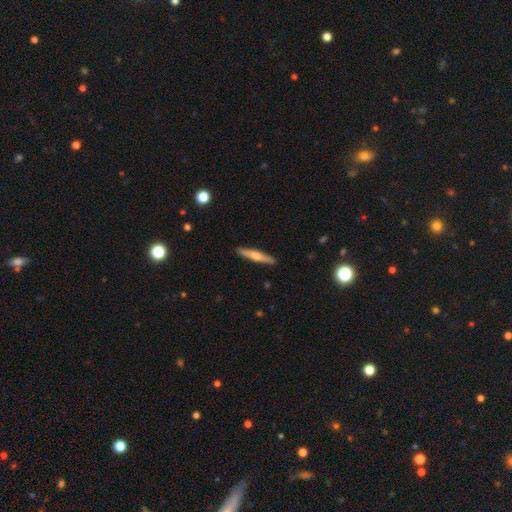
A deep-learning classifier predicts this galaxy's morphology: This is possibly a smooth galaxy (53%). How rounded: clearly cigar-shaped (92%). Merging: clearly none (90%).